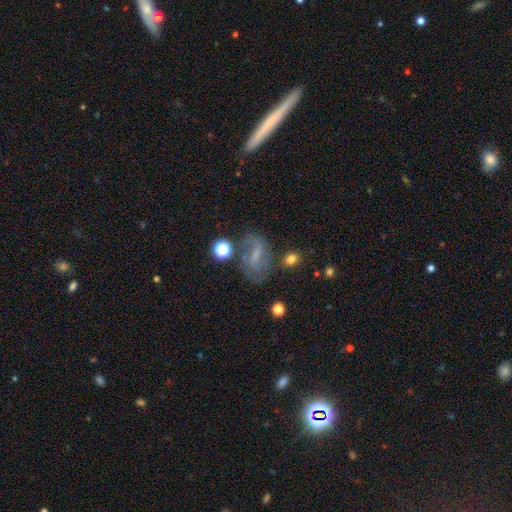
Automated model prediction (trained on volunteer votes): A featured or disk galaxy (58%) with a weak bar (48%), spiral arms (77%) and a small central bulge (45%). Merging: none (60%).